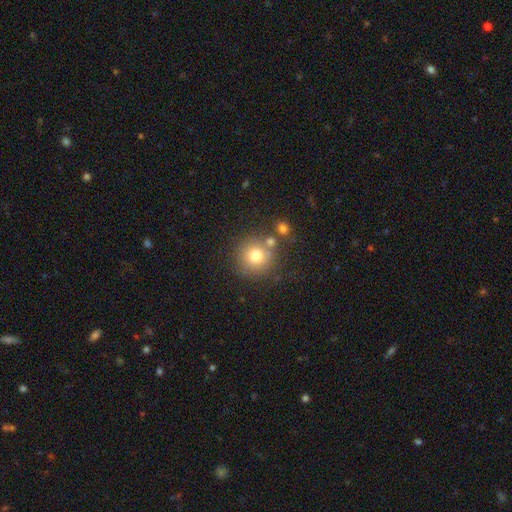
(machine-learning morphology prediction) Smooth or featured? smooth (75%)
How rounded? round (94%)
Merging? none (73%)